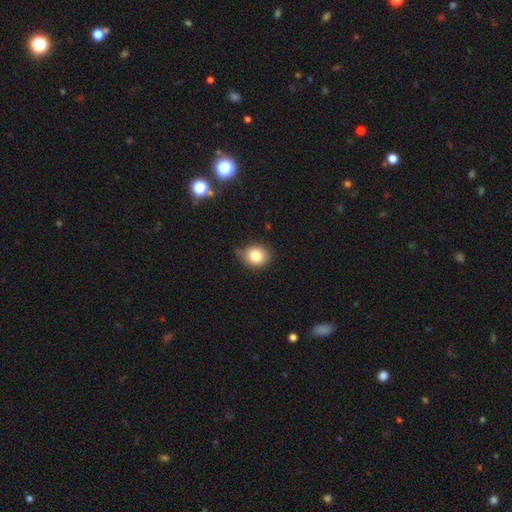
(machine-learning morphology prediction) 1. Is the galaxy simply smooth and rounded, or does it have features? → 83% smooth, 9% star or artifact, 7% featured or disk.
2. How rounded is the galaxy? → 68% round, 31% in between, 1% cigar-shaped.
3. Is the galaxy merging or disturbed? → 67% none, 26% minor disturbance, 4% major disturbance, 3% merger.